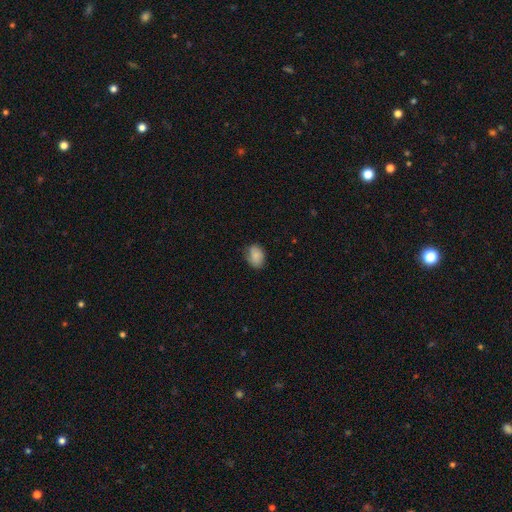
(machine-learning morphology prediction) Smooth or featured?
  - smooth: 82% *
  - featured or disk: 11%
  - star or artifact: 8%
How rounded?
  - in between: 73% *
  - round: 26%
  - cigar-shaped: 1%
Merging?
  - none: 73% *
  - minor disturbance: 22%
  - major disturbance: 5%
  - merger: 1%